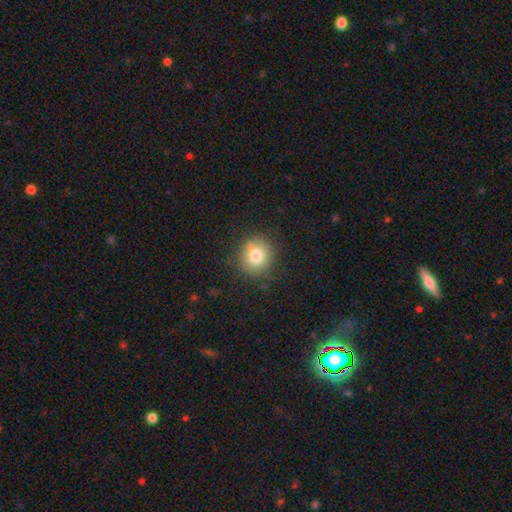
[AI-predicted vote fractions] Smooth or featured?
  - smooth: 77% *
  - star or artifact: 12%
  - featured or disk: 11%
How rounded?
  - round: 85% *
  - in between: 14%
  - cigar-shaped: 1%
Merging?
  - none: 80% *
  - minor disturbance: 12%
  - merger: 4%
  - major disturbance: 4%